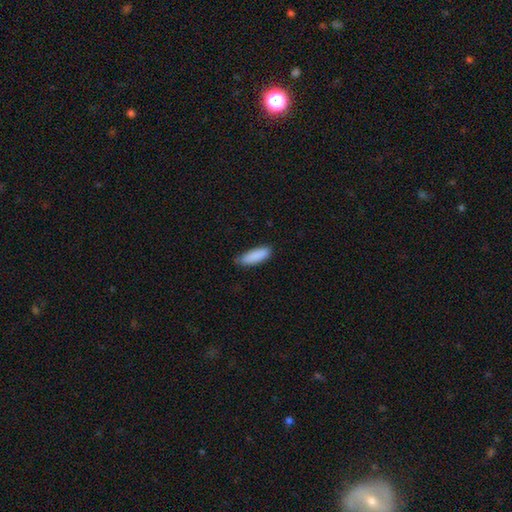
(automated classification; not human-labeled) Smooth or featured?
  - smooth: 89% *
  - star or artifact: 6%
  - featured or disk: 5%
How rounded?
  - in between: 57% *
  - cigar-shaped: 41%
  - round: 2%
Merging?
  - none: 75% *
  - minor disturbance: 21%
  - major disturbance: 3%
  - merger: 1%